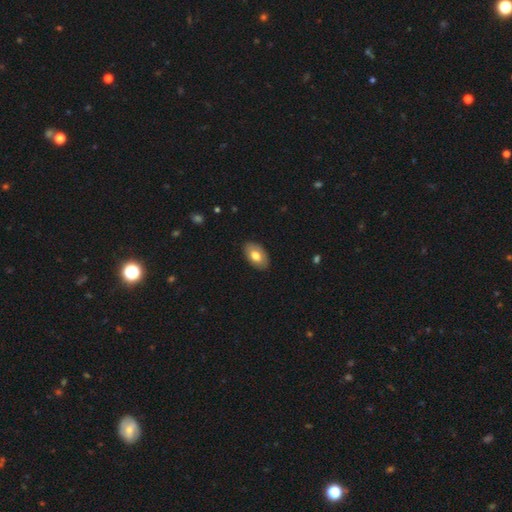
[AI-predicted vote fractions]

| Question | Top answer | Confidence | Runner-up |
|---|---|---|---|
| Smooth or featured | smooth | 74% | featured or disk (20%) |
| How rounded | in between | 92% | round (6%) |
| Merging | none | 86% | minor disturbance (11%) |